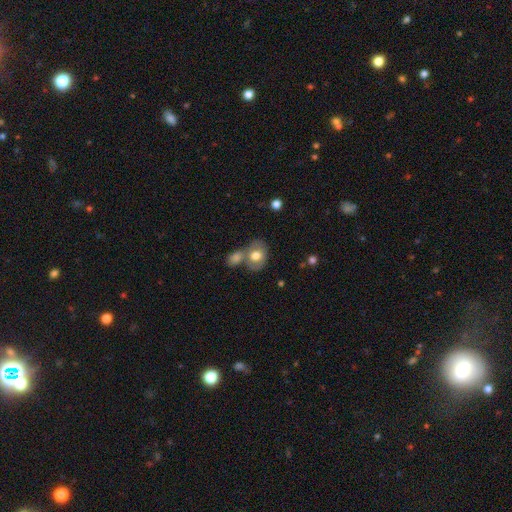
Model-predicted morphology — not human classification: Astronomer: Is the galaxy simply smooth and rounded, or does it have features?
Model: smooth — 70%.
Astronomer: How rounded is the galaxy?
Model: in between — 60% (runner-up: round, 39%).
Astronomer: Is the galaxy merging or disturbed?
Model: merger — 41% (runner-up: none, 40%).